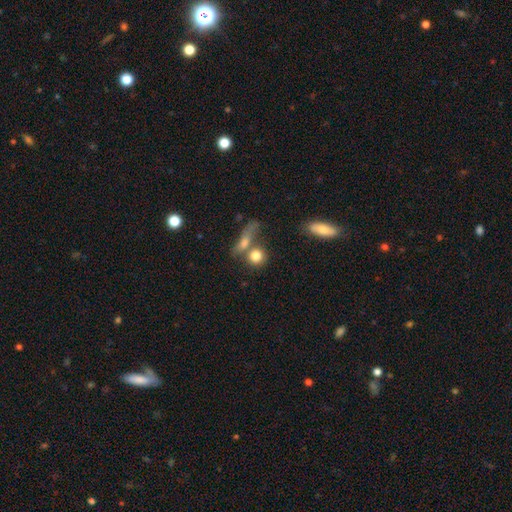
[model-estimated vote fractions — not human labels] Morphology: type=smooth (79%); roundness=round (74%); merging=none (44%).